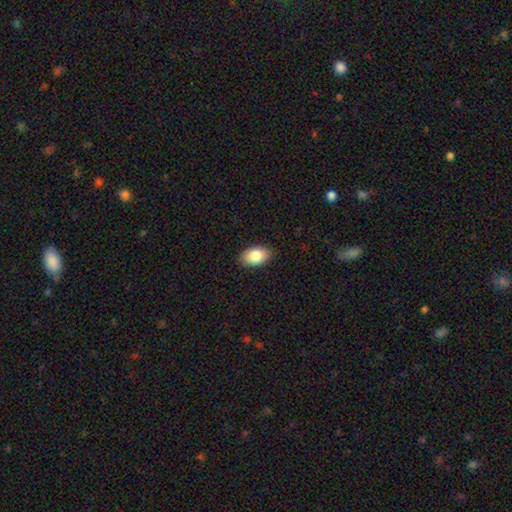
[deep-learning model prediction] Smooth or featured: smooth — 84% (featured or disk — 9%)
How rounded: in between — 91% (round — 7%)
Merging: none — 87% (minor disturbance — 10%)